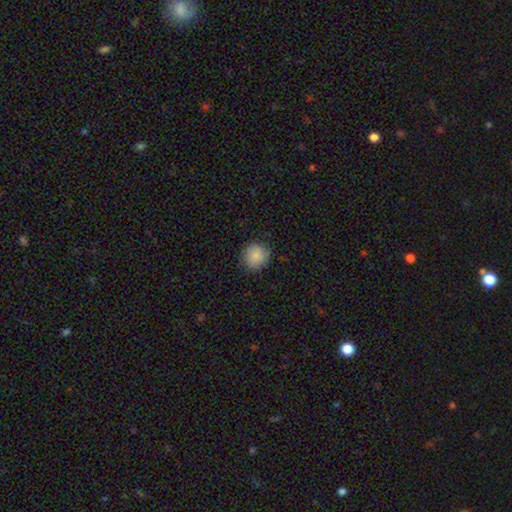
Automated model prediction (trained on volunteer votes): smooth 88%, star or artifact 8%, featured or disk 4%. Down the decision tree: how rounded — round (89%); merging — none (85%).